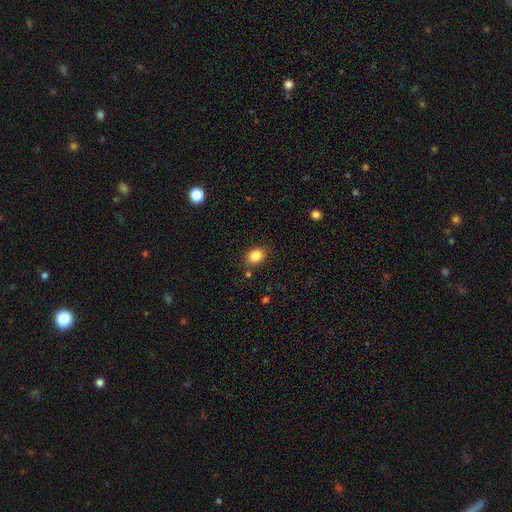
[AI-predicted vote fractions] Overall: smooth (85%). How rounded: in between (62%; round 37%). Merging: none (78%).